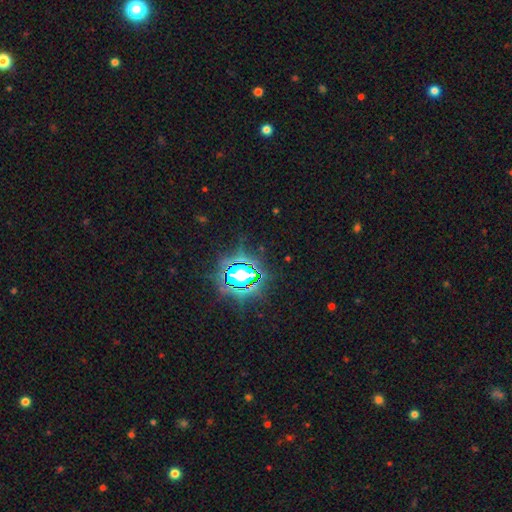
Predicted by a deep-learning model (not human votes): Smooth or featured? star or artifact (85%)